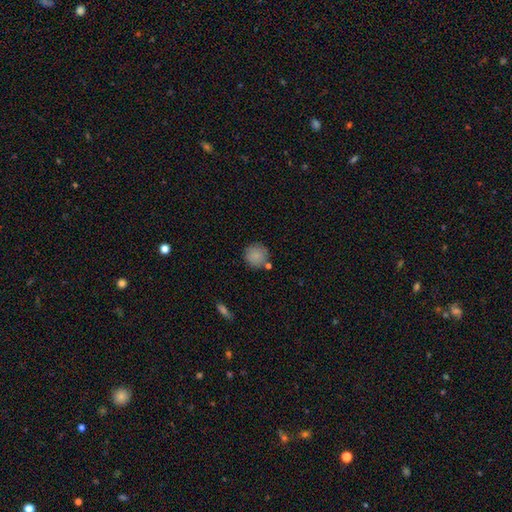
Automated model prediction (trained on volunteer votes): Morphology: type=smooth (86%); roundness=round (93%); merging=none (77%).